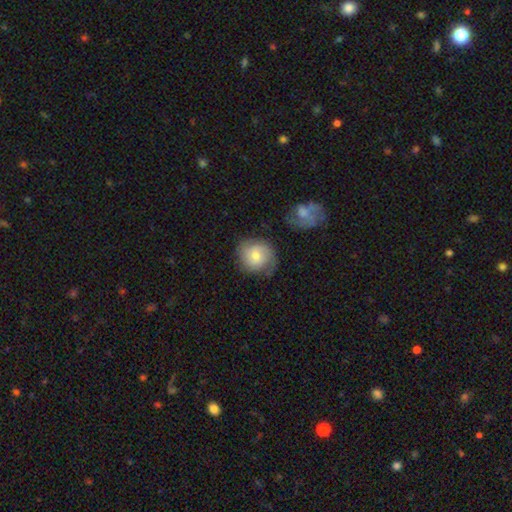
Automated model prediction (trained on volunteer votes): Q: Smooth or featured?
A: smooth (50%); runner-up: featured or disk (42%)
Q: How rounded?
A: round (83%); runner-up: in between (16%)
Q: Merging?
A: none (68%); runner-up: minor disturbance (21%)